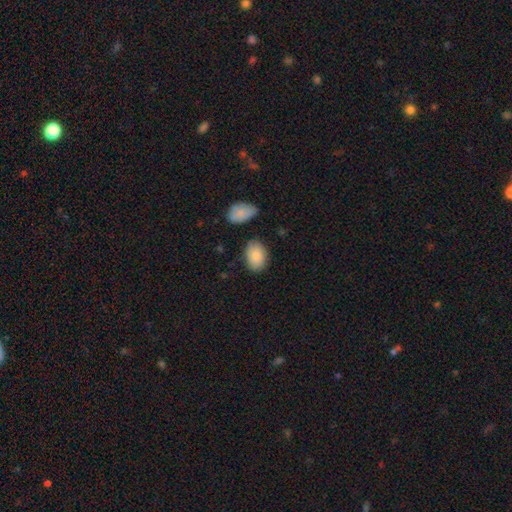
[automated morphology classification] This is clearly a smooth galaxy (88%). How rounded: clearly in between (85%). Merging: likely none (75%).